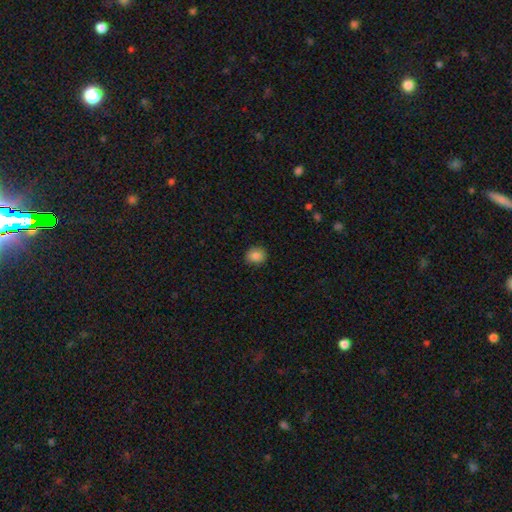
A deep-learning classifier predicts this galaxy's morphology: smooth-or-featured: smooth: 86% | star or artifact: 10% | featured or disk: 4%
  how-rounded: round: 72% | in between: 27% | cigar-shaped: 1%
  merging: none: 87% | minor disturbance: 10% | major disturbance: 2% | merger: 1%